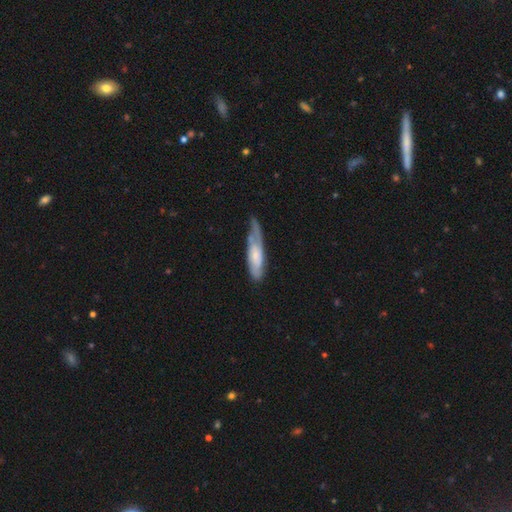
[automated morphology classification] Smooth or featured? featured or disk (53%)
Edge-on disk? no (71%)
Merging? none (44%)